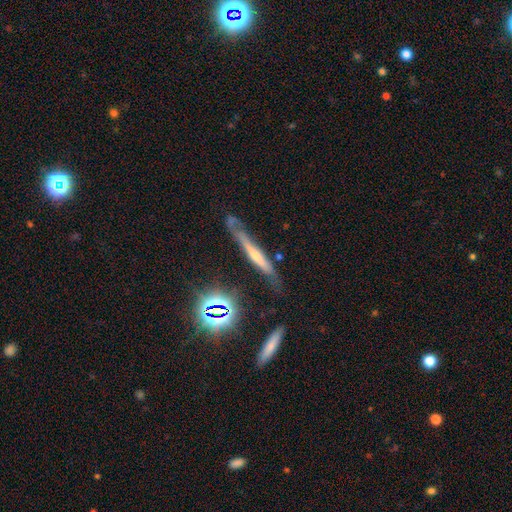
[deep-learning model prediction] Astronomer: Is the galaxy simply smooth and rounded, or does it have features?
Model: featured or disk — 59%.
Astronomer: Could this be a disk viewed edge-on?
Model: yes — 89%.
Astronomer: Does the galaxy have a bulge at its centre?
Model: rounded — 49% (runner-up: none, 39%).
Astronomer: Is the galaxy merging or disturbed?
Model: none — 70%.